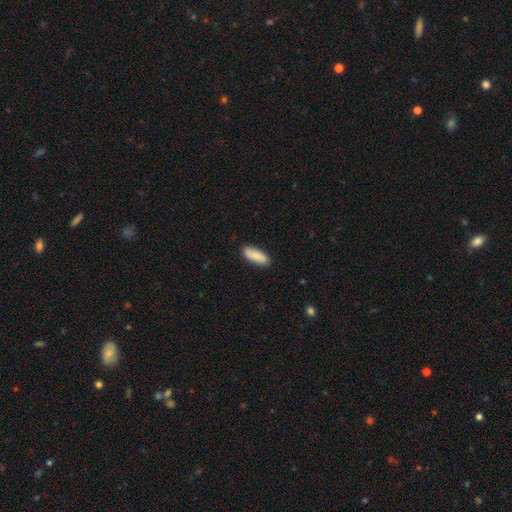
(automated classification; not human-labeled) smooth 85%, featured or disk 10%, star or artifact 6%. Down the decision tree: how rounded — in between (62%); merging — none (87%).